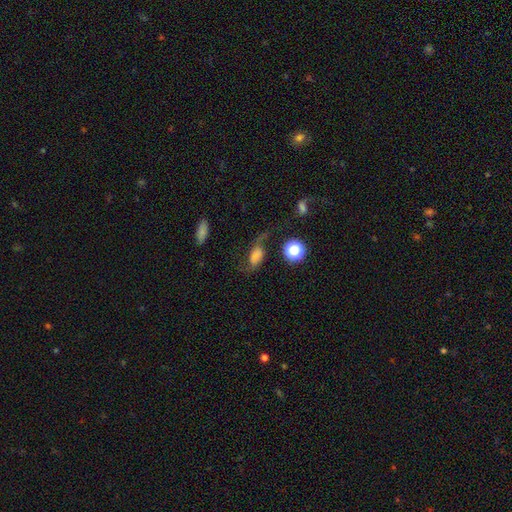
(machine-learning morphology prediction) The model was most divided on "smooth or featured": smooth: 48%, featured or disk: 38%, star or artifact: 14%. Remaining: merging — none (42%).